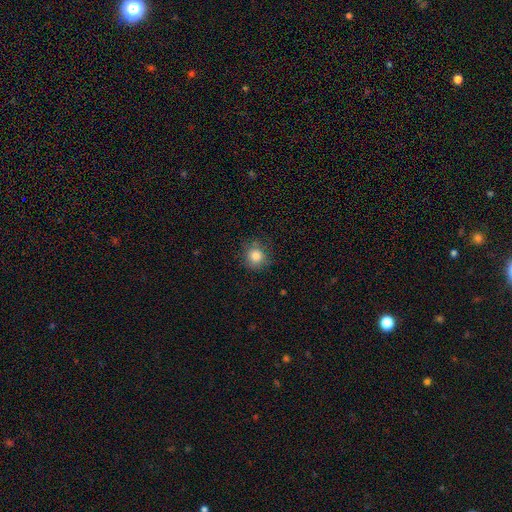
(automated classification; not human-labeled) Smooth or featured? smooth (83%)
How rounded? round (89%)
Merging? none (79%)